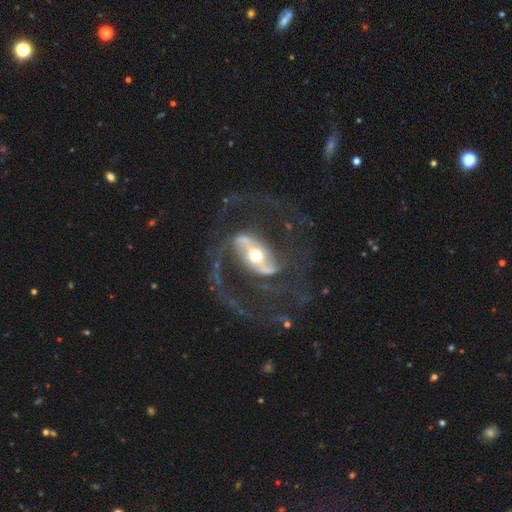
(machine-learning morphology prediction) A featured or disk galaxy (87%) with a strong bar (54%), 2 (86%) loose (49%) spiral arms (93%) and a moderate central bulge (70%).

Vote fractions:
- Smooth or featured? featured or disk: 87% / smooth: 8% / star or artifact: 5%
- Edge-on disk? no: 95% / yes: 5%
- Bar? strong: 54% / weak: 26% / no: 20%
- Spiral arms? yes: 93% / no: 7%
- Spiral winding? loose: 49% / medium: 40% / tight: 12%
- Spiral arm count? 2: 86% / can't tell: 4% / 1: 3% / 3: 3% / 4: 2% / more than 4: 2%
- Bulge size? moderate: 70% / small: 16% / large: 11% / dominant: 2% / none: 1%
- Merging? none: 63% / major disturbance: 20% / minor disturbance: 14% / merger: 3%